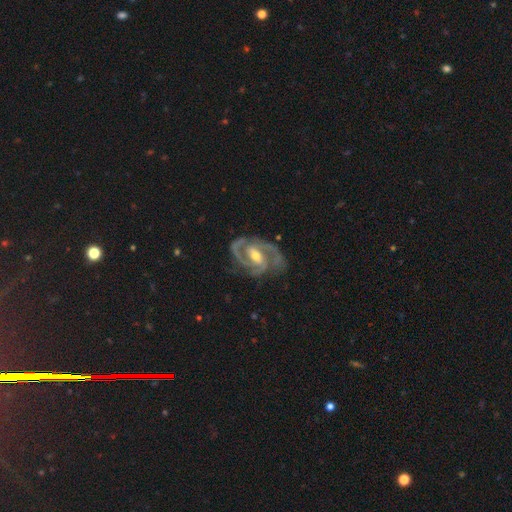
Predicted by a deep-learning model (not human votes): smooth-or-featured: featured or disk: 93% | star or artifact: 4% | smooth: 3%
  disk-edge-on: no: 98% | yes: 2%
    bar: weak: 44% | strong: 33% | no: 23%
    has-spiral-arms: yes: 98% | no: 2%
      spiral-winding: medium: 51% | tight: 42% | loose: 7%
      spiral-arm-count: 2: 57% | 3: 31% | can't tell: 4% | 4: 3% | 1: 3% | more than 4: 2%
    bulge-size: moderate: 58% | small: 37% | large: 2% | none: 1% | dominant: 1%
  merging: none: 73% | minor disturbance: 18% | major disturbance: 7% | merger: 2%